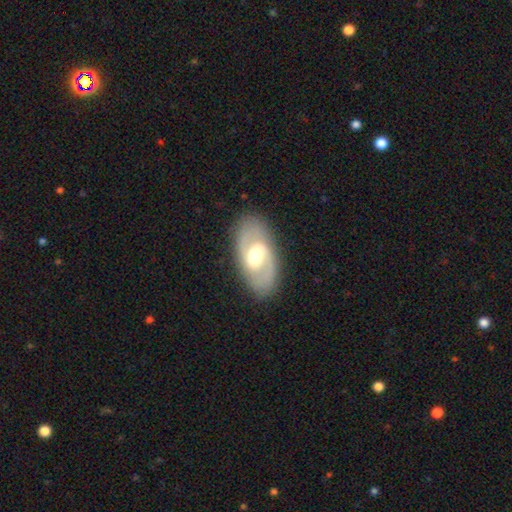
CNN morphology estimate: A featured or disk galaxy (74%) with a weak bar (53%), 2 (86%) medium (49%) spiral arms (82%) and a moderate central bulge (66%). Merging: none (85%).